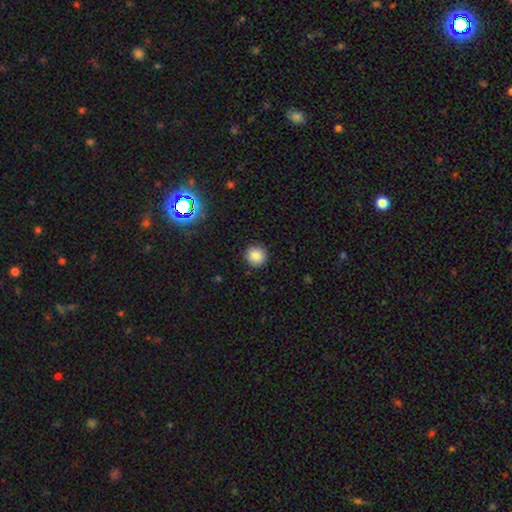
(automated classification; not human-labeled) This appears to be a smooth galaxy with no disk features (86%) that is round (93%). Merging: none (91%).